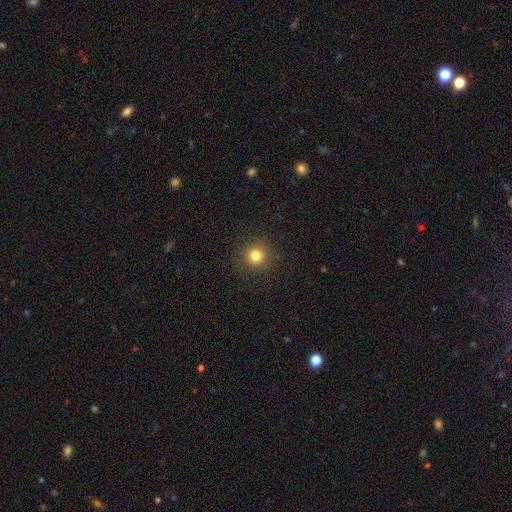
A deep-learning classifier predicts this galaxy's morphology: Q: Smooth or featured?
A: smooth (80%); runner-up: star or artifact (14%)
Q: How rounded?
A: round (94%); runner-up: in between (5%)
Q: Merging?
A: none (91%); runner-up: minor disturbance (6%)